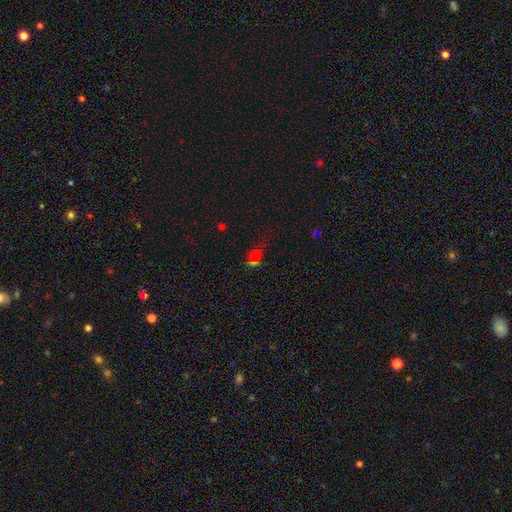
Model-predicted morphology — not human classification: type=smooth (53%); roundness=in between (48%); merging=none (41%).